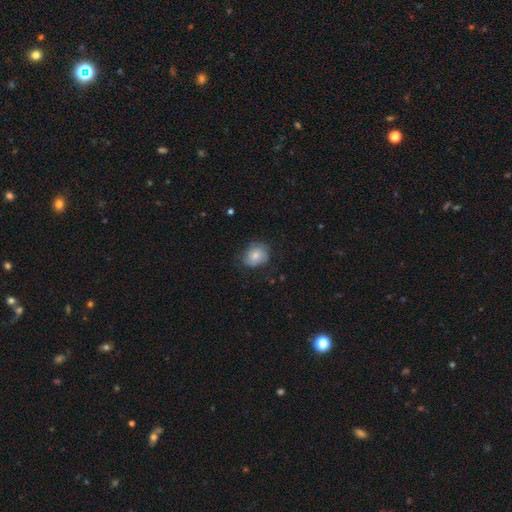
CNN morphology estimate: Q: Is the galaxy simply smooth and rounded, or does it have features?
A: smooth — 77%.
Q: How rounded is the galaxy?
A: round — 60%.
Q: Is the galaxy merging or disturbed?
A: none — 68%.